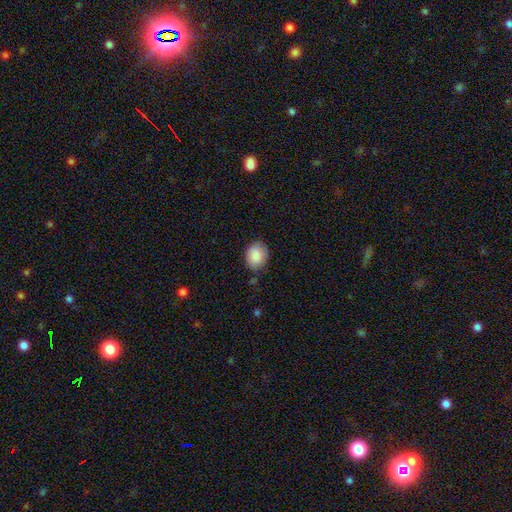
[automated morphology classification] This is clearly a smooth galaxy (88%). How rounded: possibly in between (52%). Merging: clearly none (80%).